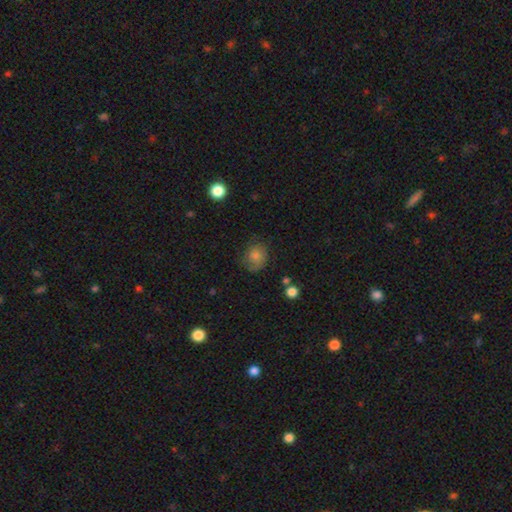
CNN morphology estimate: Smooth or featured? smooth (67%)
How rounded? round (71%)
Merging? none (67%)